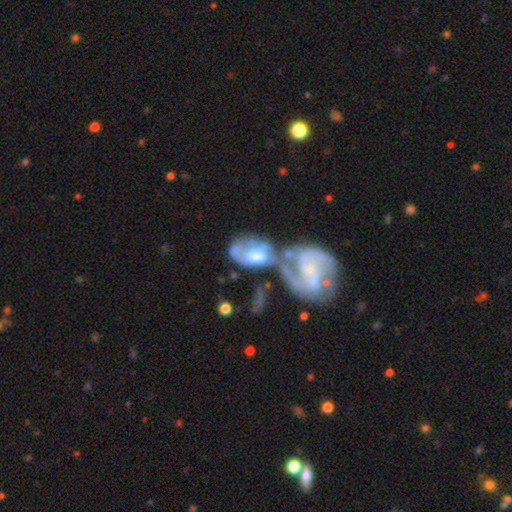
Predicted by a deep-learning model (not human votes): Overall: featured or disk (69%). Edge-on disk: no (95%). Bar: no (68%). Spiral arms: yes (68%; no 32%). Bulge size: moderate (46%; large 23%). Merging: merger (65%).